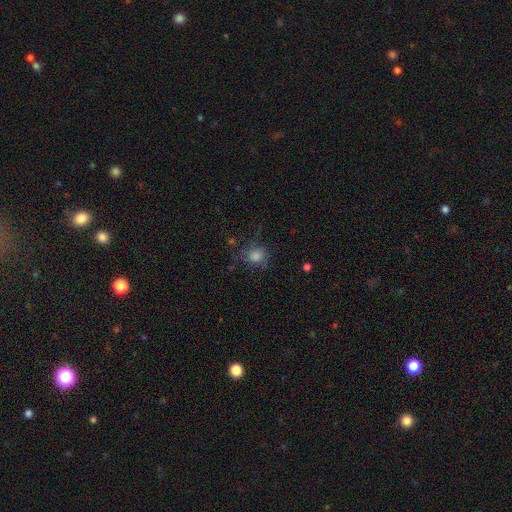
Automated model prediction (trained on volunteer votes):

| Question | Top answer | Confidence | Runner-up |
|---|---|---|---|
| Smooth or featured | smooth | 74% | star or artifact (16%) |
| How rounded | round | 78% | in between (21%) |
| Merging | none | 71% | minor disturbance (18%) |